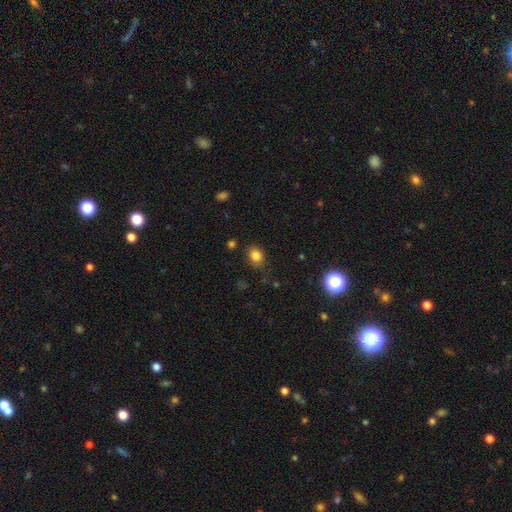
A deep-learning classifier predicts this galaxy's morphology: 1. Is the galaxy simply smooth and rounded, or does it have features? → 83% smooth, 11% star or artifact, 6% featured or disk.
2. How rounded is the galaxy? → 60% in between, 39% round, 1% cigar-shaped.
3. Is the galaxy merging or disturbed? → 78% none, 16% minor disturbance, 4% major disturbance, 2% merger.